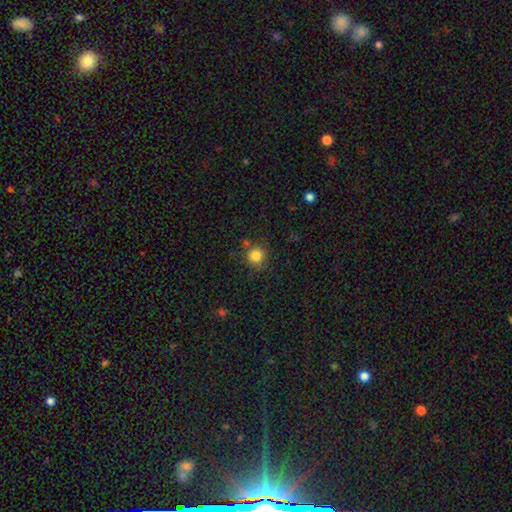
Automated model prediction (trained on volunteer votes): Smooth or featured? smooth (83%)
How rounded? round (92%)
Merging? none (79%)